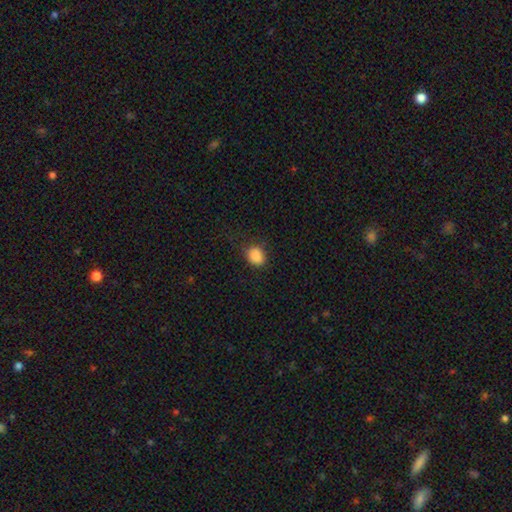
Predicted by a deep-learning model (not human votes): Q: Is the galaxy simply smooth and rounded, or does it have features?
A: smooth — 87%.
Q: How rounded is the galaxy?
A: round — 51%.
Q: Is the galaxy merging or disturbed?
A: none — 77%.